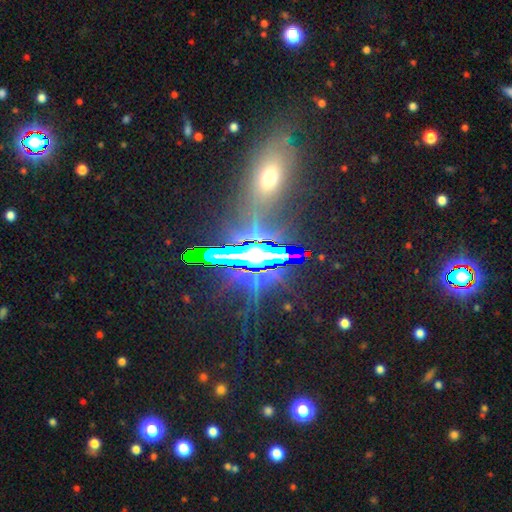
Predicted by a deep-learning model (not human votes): This is likely a star or artifact rather than a galaxy (76%).